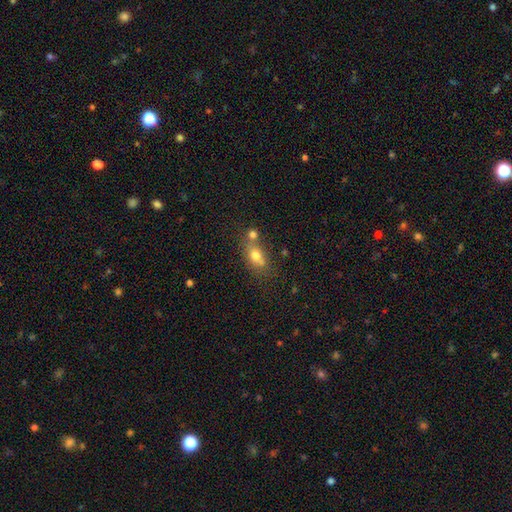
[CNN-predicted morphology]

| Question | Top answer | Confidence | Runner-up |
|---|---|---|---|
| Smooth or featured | smooth | 71% | featured or disk (17%) |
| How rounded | in between | 66% | round (28%) |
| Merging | none | 43% | merger (37%) |